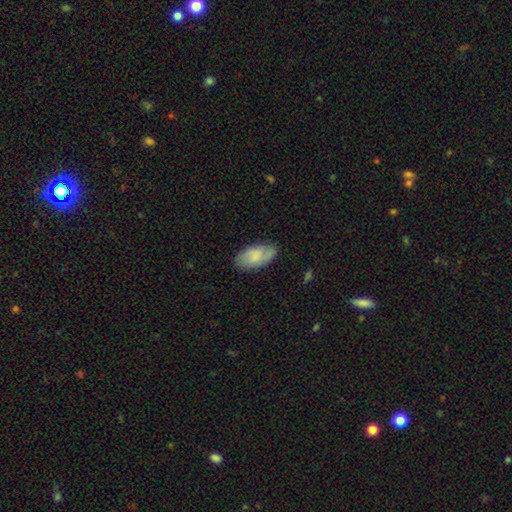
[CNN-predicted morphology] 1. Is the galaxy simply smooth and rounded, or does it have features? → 74% smooth, 20% featured or disk, 6% star or artifact.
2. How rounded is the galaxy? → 94% in between, 3% cigar-shaped, 3% round.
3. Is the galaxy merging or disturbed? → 78% none, 17% minor disturbance, 3% major disturbance, 1% merger.